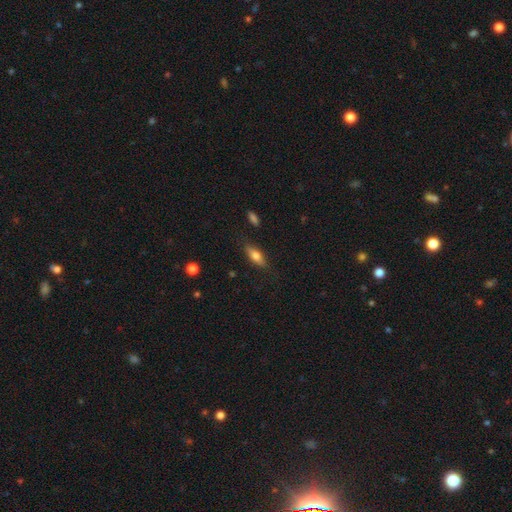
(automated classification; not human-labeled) A smooth galaxy with no disk features (64%) that is in between round and cigar-shaped (58%). Merging: none (81%).